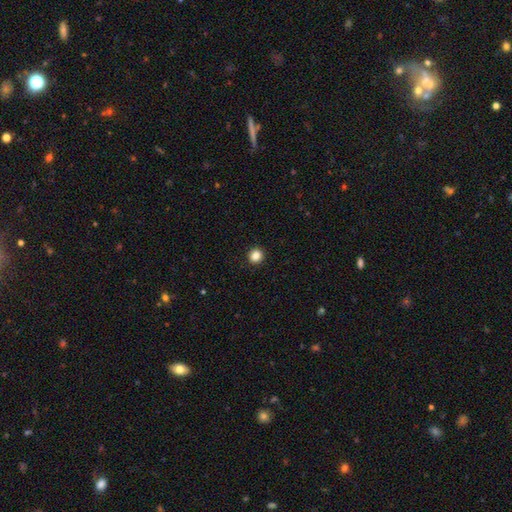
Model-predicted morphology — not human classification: This appears to be a smooth galaxy with no disk features (86%) that is round (90%). Merging: none (93%).